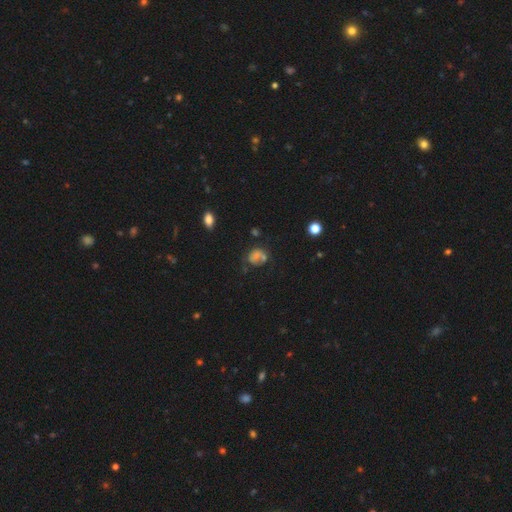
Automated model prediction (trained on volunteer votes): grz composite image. It shows a smooth galaxy with no disk features (48%). Merging: none (45%).